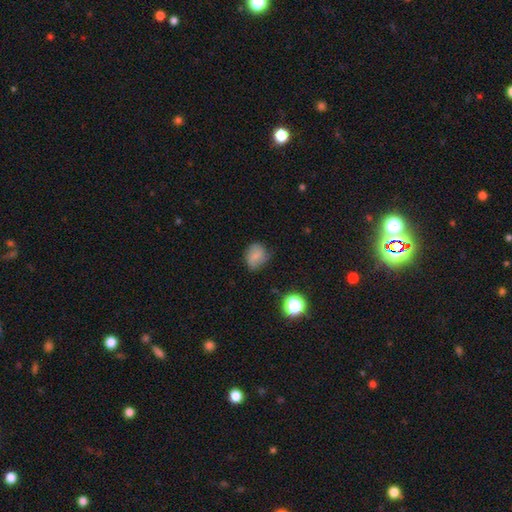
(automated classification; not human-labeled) A smooth galaxy with no disk features (65%) that is round (67%). Merging: none (62%).